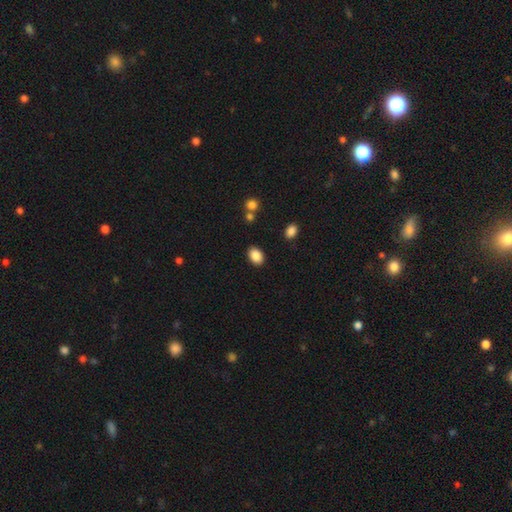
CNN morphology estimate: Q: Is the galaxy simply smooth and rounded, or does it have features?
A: smooth — 88%.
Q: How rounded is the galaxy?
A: in between — 81%.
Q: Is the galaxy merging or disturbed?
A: none — 87%.